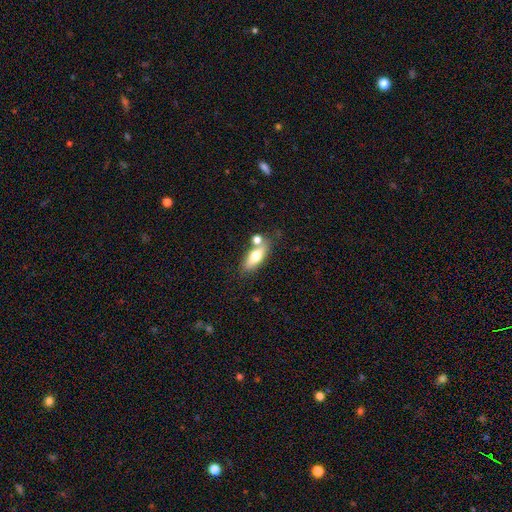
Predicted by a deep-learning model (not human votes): Smooth or featured? smooth (62%)
How rounded? in between (62%)
Merging? none (64%)